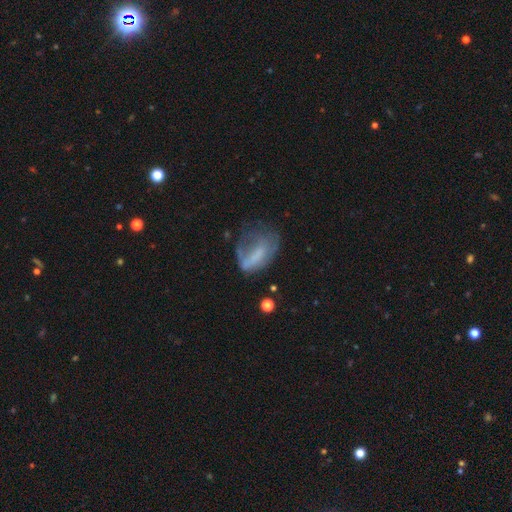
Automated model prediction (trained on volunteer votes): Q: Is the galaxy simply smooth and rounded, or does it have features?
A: smooth — 46%.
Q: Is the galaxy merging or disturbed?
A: major disturbance — 42%.